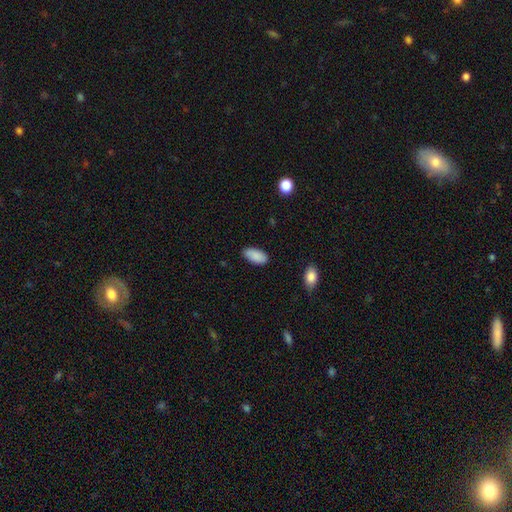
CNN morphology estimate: smooth 89%, star or artifact 6%, featured or disk 5%. Down the decision tree: how rounded — in between (94%); merging — none (84%).